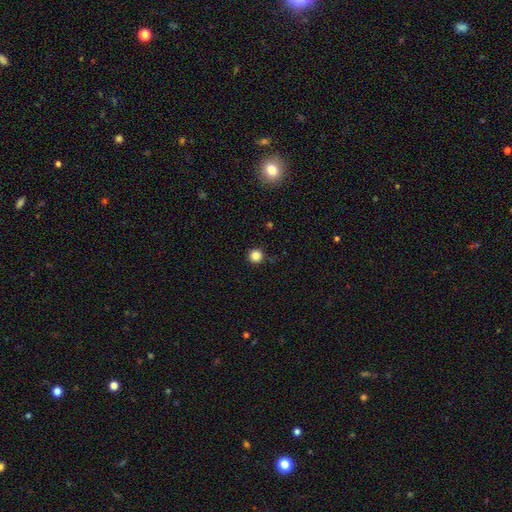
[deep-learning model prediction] smooth-or-featured: smooth: 85% | star or artifact: 12% | featured or disk: 3%
  how-rounded: round: 96% | in between: 3% | cigar-shaped: 1%
  merging: none: 91% | minor disturbance: 6% | major disturbance: 2% | merger: 1%